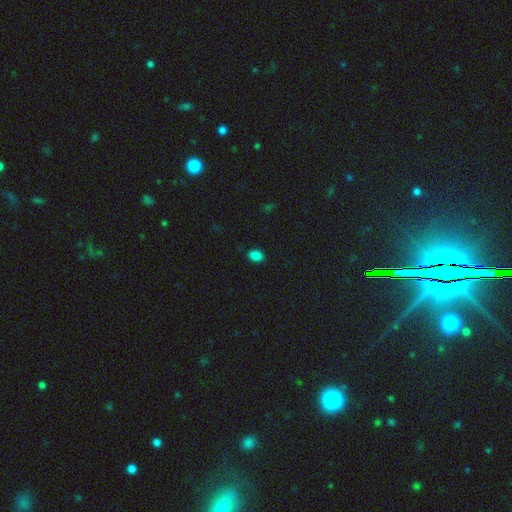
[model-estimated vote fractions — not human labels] smooth 84%, star or artifact 12%, featured or disk 3%. Down the decision tree: how rounded — in between (82%); merging — none (87%).